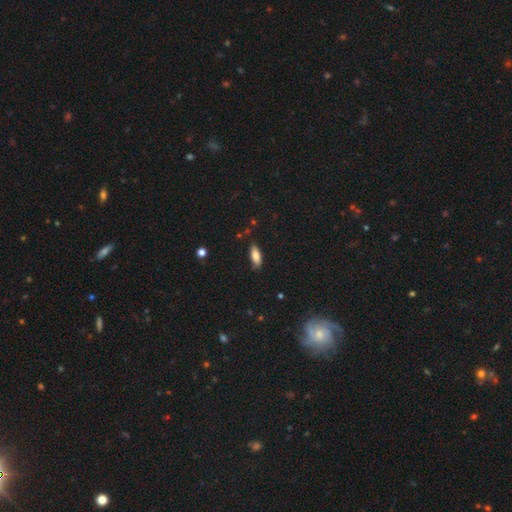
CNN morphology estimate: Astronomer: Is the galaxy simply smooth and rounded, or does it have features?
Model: smooth — 78%.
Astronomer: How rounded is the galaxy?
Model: in between — 72%.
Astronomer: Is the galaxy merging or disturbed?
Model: none — 81%.